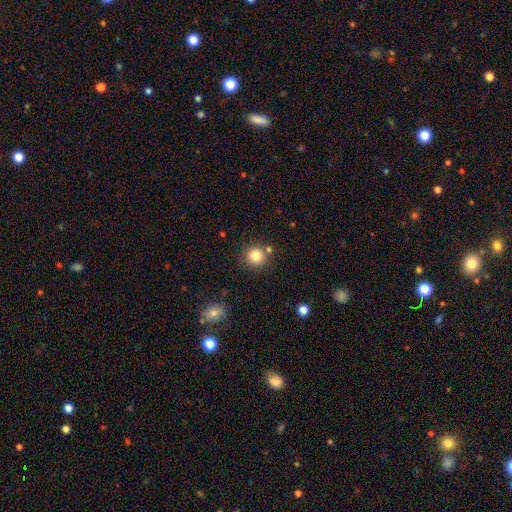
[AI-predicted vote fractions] Smooth or featured?
  - smooth: 83% *
  - star or artifact: 11%
  - featured or disk: 7%
How rounded?
  - round: 92% *
  - in between: 7%
  - cigar-shaped: 1%
Merging?
  - none: 78% *
  - merger: 10%
  - minor disturbance: 9%
  - major disturbance: 3%